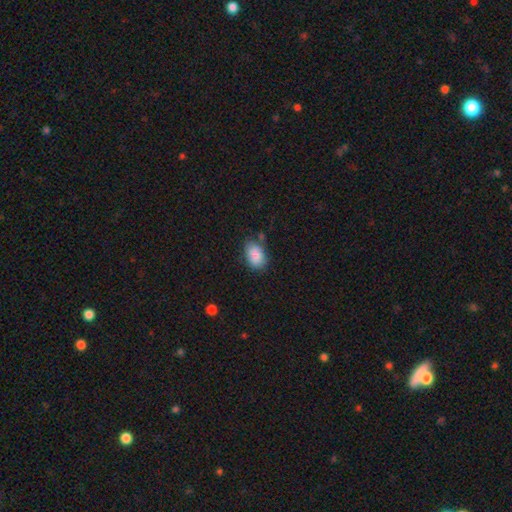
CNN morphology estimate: A smooth galaxy with no disk features (88%) that is in between round and cigar-shaped (86%). Merging: none (72%).